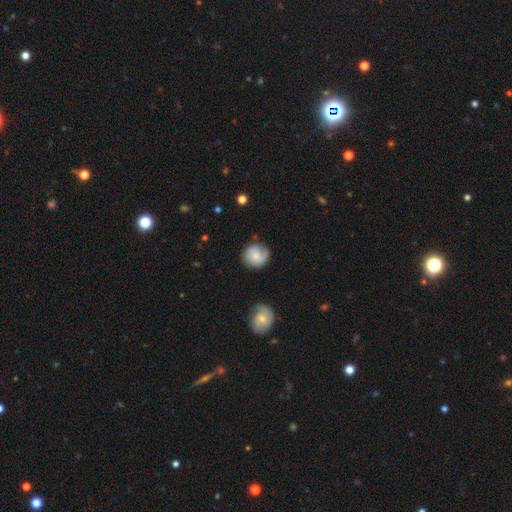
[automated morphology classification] smooth_or_featured: smooth (p=0.58) [alt: featured or disk p=0.34]
how_rounded: round (p=0.85) [alt: in between p=0.14]
merging: none (p=0.67) [alt: minor disturbance p=0.22]